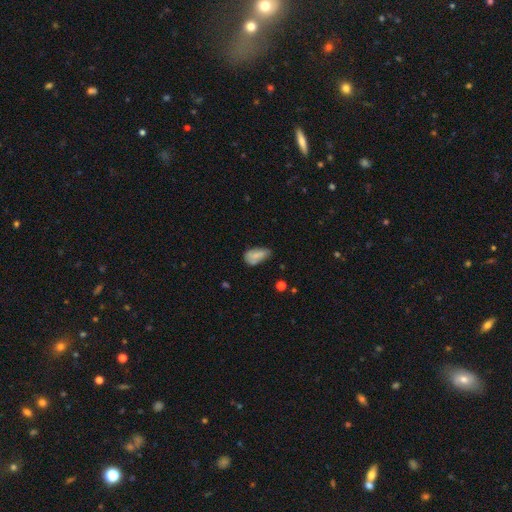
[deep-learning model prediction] A smooth galaxy with no disk features (74%) that is in between round and cigar-shaped (89%).

Vote fractions:
- Smooth or featured? smooth: 74% / featured or disk: 16% / star or artifact: 9%
- How rounded? in between: 89% / cigar-shaped: 7% / round: 4%
- Merging? none: 41% / minor disturbance: 39% / major disturbance: 15% / merger: 5%